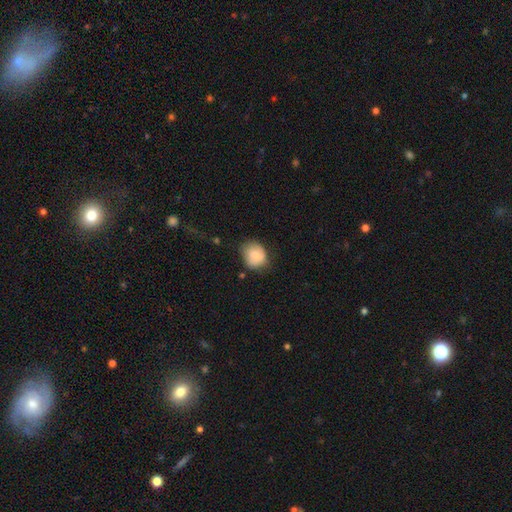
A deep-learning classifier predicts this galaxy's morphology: Smooth or featured? Predicted: smooth (p=0.75). How rounded? Predicted: round (p=0.67). Merging? Predicted: none (p=0.61).